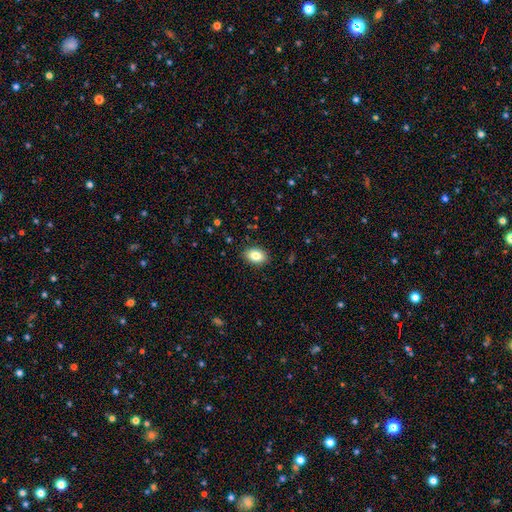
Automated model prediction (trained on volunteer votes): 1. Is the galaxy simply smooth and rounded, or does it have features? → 85% smooth, 8% star or artifact, 7% featured or disk.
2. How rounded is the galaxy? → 86% in between, 13% round, 1% cigar-shaped.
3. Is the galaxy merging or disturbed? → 88% none, 9% minor disturbance, 2% major disturbance, 1% merger.